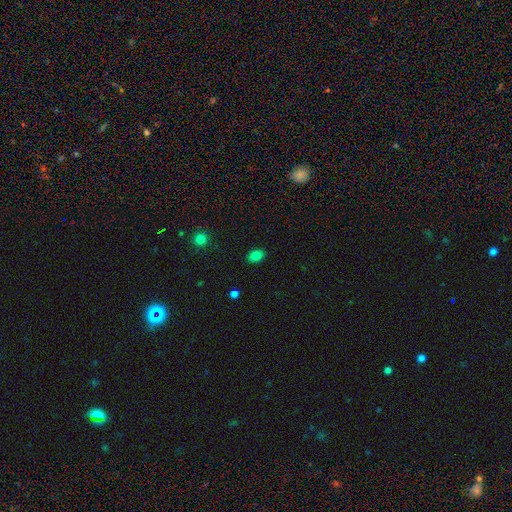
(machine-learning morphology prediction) Smooth or featured? smooth (82%)
How rounded? in between (81%)
Merging? none (87%)